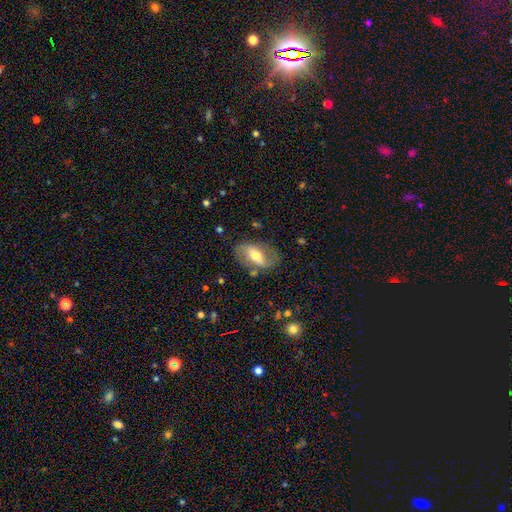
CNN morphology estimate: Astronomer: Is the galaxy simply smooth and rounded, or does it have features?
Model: featured or disk — 59% (runner-up: smooth, 34%).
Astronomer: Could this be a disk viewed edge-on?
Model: no — 90%.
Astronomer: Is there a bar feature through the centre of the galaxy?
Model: strong — 40% (runner-up: weak, 36%).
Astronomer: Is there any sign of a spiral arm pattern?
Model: yes — 68%.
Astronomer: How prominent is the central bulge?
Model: moderate — 66%.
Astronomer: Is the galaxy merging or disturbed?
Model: none — 69%.